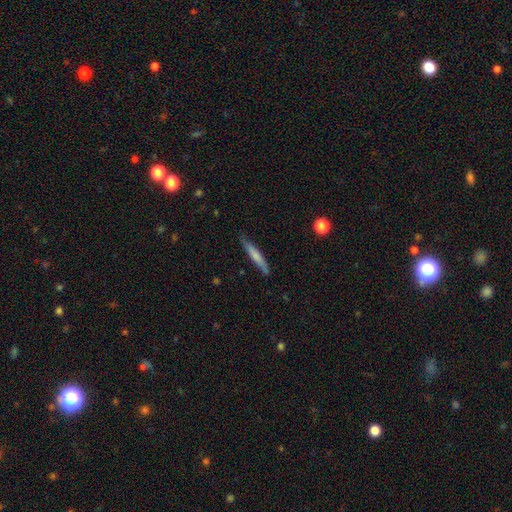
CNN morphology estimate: smooth 66%, featured or disk 29%, star or artifact 5%. Down the decision tree: how rounded — cigar-shaped (94%); merging — none (81%).